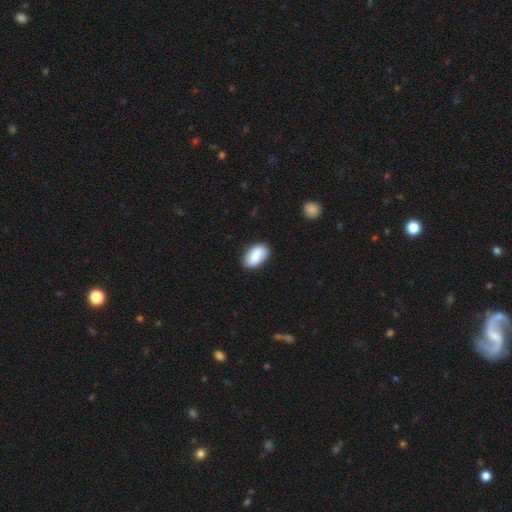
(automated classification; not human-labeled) The model was most divided on "smooth or featured": smooth: 81%, featured or disk: 12%, star or artifact: 6%. More confident: how rounded — in between (93%); merging — none (85%).